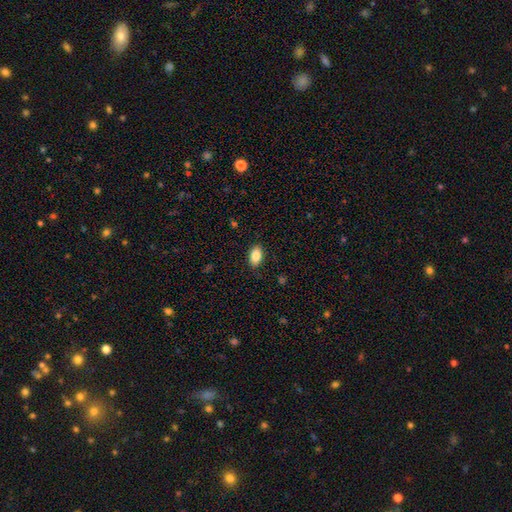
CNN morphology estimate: type=smooth (87%); roundness=in between (91%); merging=none (89%).